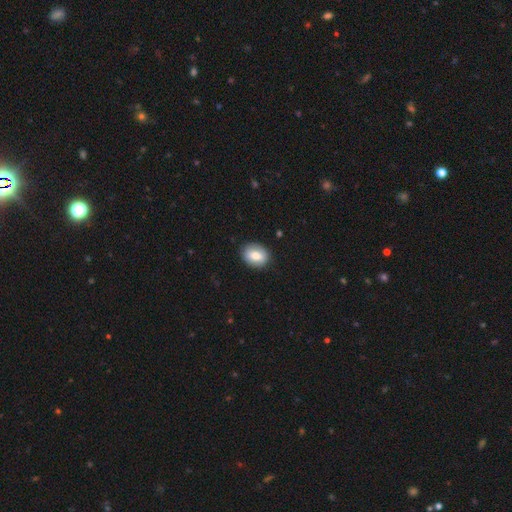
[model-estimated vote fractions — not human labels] A smooth galaxy with no disk features (79%) that is in between round and cigar-shaped (62%). Merging: none (86%).